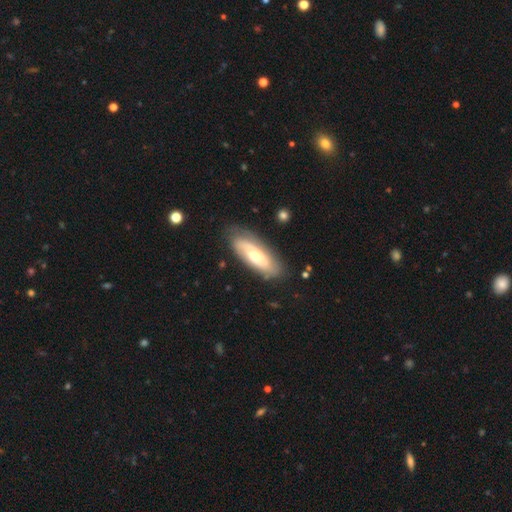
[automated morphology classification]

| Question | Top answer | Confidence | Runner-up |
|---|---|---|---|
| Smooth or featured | featured or disk | 53% | smooth (42%) |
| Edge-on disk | no | 79% | yes (21%) |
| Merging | none | 76% | minor disturbance (17%) |